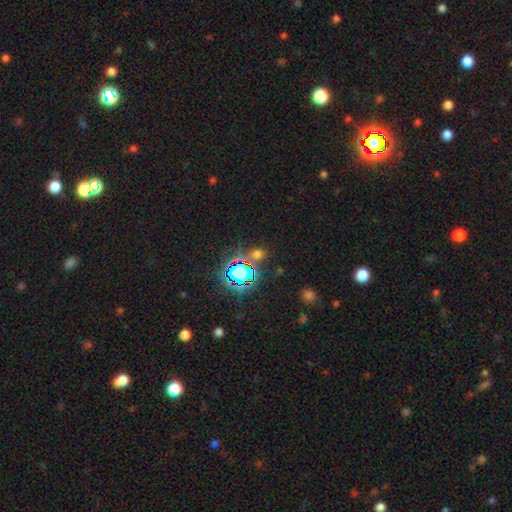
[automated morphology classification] Smooth or featured? star or artifact (70%)